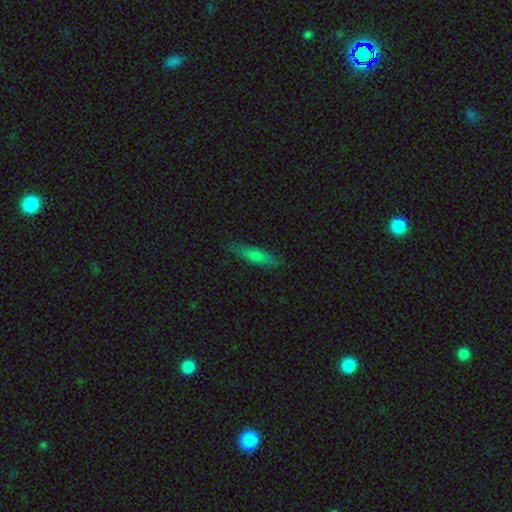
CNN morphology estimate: Smooth or featured: smooth — 67% (featured or disk — 25%)
How rounded: cigar-shaped — 73% (in between — 25%)
Merging: none — 84% (minor disturbance — 13%)